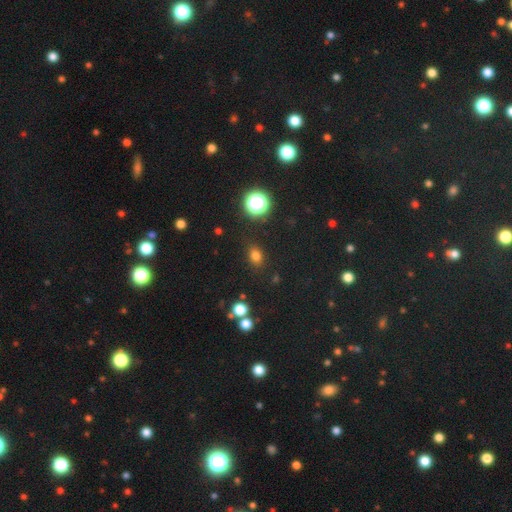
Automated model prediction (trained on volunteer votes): Smooth or featured? Predicted: smooth (p=0.76). How rounded? Predicted: in between (p=0.54). Merging? Predicted: none (p=0.85).